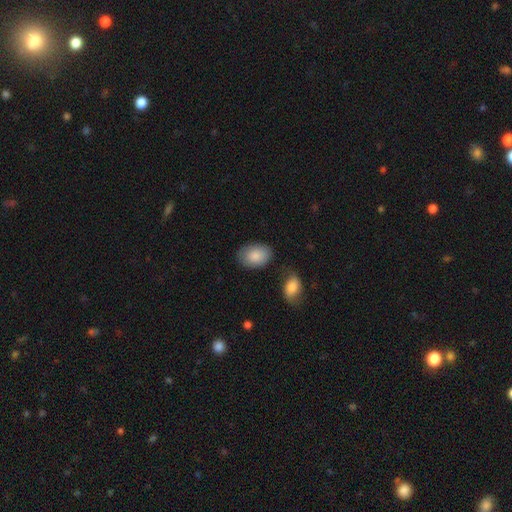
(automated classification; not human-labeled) smooth-or-featured: smooth: 87% | featured or disk: 7% | star or artifact: 6%
  how-rounded: in between: 86% | round: 13% | cigar-shaped: 1%
  merging: none: 75% | minor disturbance: 15% | merger: 6% | major disturbance: 4%